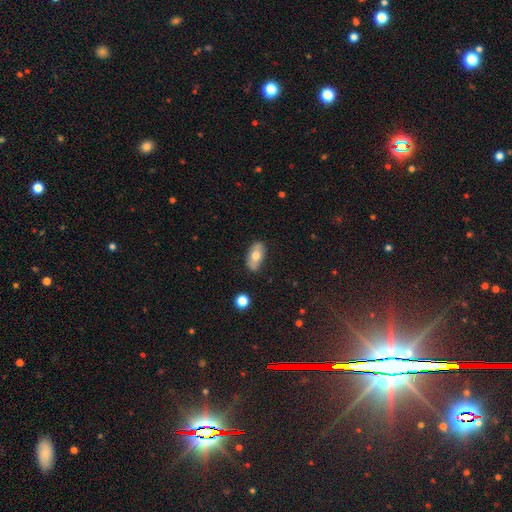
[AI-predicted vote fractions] smooth 65%, featured or disk 28%, star or artifact 7%. Down the decision tree: how rounded — in between (90%); merging — none (80%).